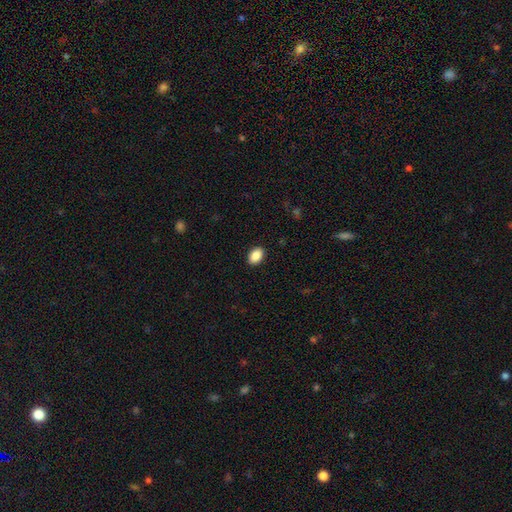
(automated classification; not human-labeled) The model was most divided on "how rounded": in between: 87%, round: 12%, cigar-shaped: 1%. More confident: merging — none (90%); smooth or featured — smooth (89%).